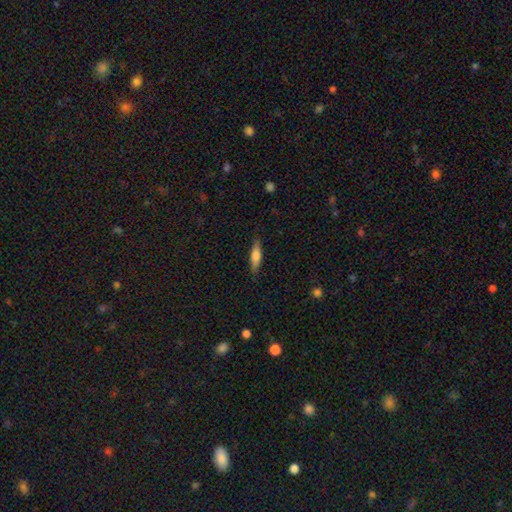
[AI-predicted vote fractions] Overall: smooth (64%; featured or disk 29%). How rounded: cigar-shaped (70%). Merging: none (86%).